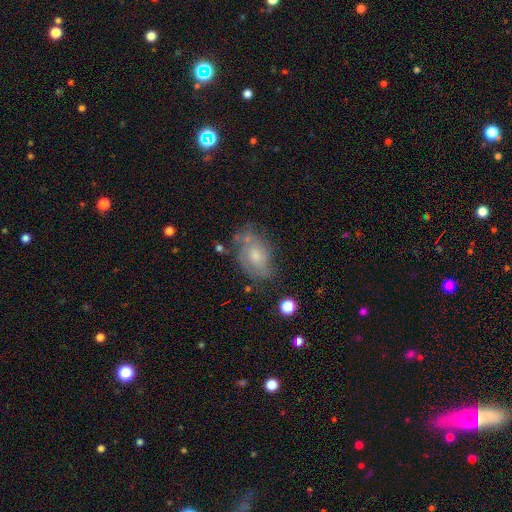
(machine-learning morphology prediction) smooth-or-featured: featured or disk: 54% | smooth: 37% | star or artifact: 9%
  disk-edge-on: no: 96% | yes: 4%
    bar: no: 78% | weak: 20% | strong: 3%
    has-spiral-arms: yes: 70% | no: 30%
    bulge-size: small: 46% | moderate: 43% | none: 6% | large: 4% | dominant: 1%
  merging: none: 51% | minor disturbance: 29% | major disturbance: 15% | merger: 5%